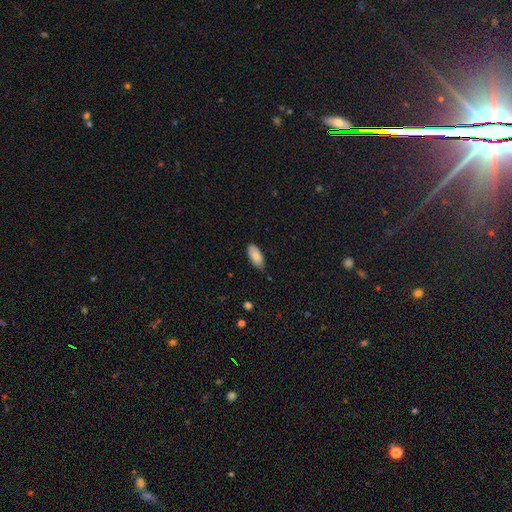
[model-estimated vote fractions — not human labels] Morphology: type=smooth (88%); roundness=in between (89%); merging=none (70%).